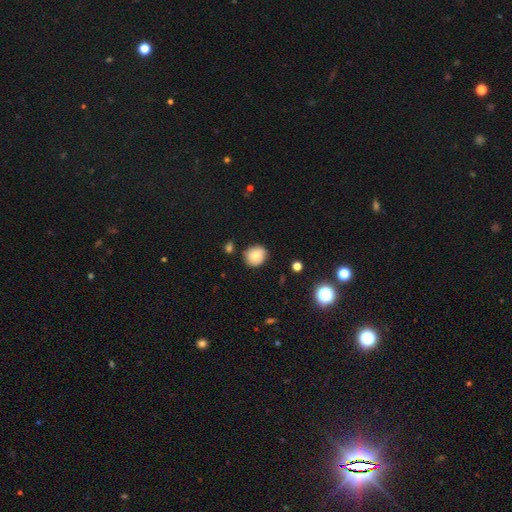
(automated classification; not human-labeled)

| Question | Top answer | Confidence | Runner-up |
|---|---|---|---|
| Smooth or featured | smooth | 81% | star or artifact (10%) |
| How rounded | round | 76% | in between (23%) |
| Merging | none | 79% | minor disturbance (15%) |